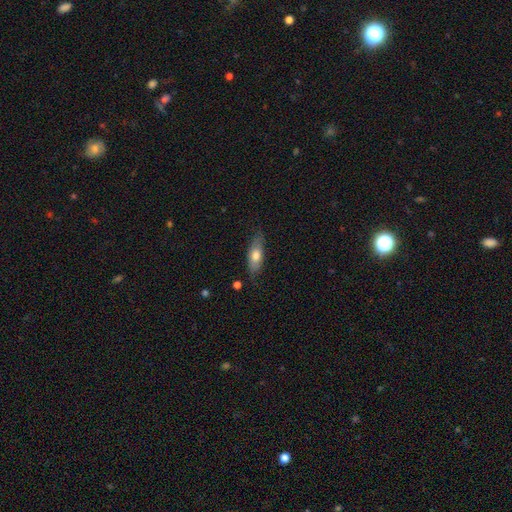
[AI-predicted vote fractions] Q: Smooth or featured?
A: smooth (67%); runner-up: featured or disk (27%)
Q: How rounded?
A: in between (64%); runner-up: cigar-shaped (34%)
Q: Merging?
A: none (76%); runner-up: minor disturbance (18%)